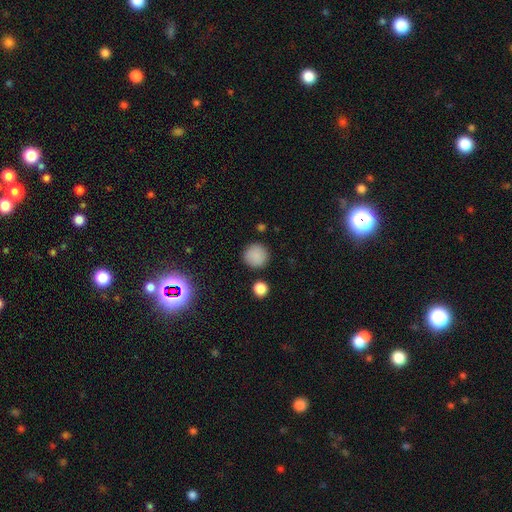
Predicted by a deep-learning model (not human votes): Smooth or featured: smooth — 85% (star or artifact — 11%)
How rounded: round — 93% (in between — 6%)
Merging: none — 88% (minor disturbance — 8%)